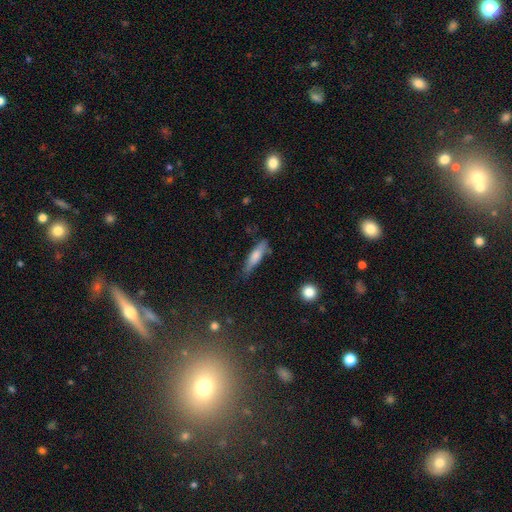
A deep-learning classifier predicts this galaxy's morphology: Smooth or featured: smooth — 65% (featured or disk — 28%)
How rounded: cigar-shaped — 74% (in between — 24%)
Merging: none — 71% (minor disturbance — 21%)